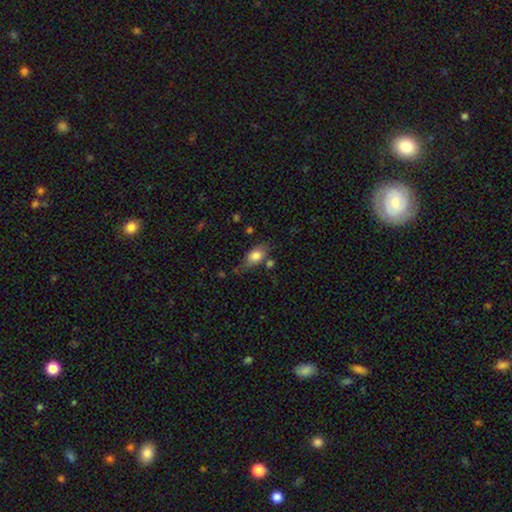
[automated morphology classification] Smooth or featured: smooth — 79% (featured or disk — 13%)
How rounded: in between — 87% (round — 8%)
Merging: none — 61% (minor disturbance — 24%)